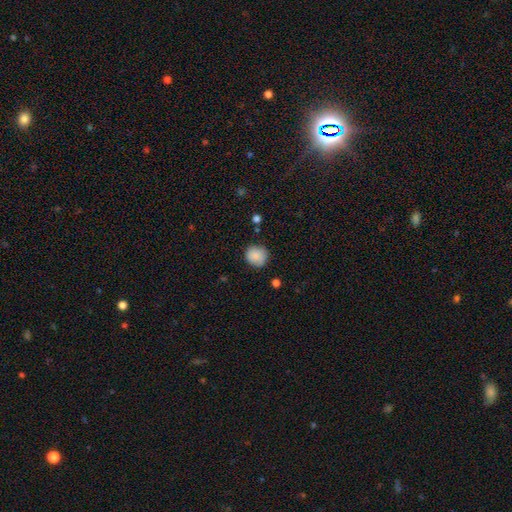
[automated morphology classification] Smooth or featured? Predicted: smooth (p=0.87). How rounded? Predicted: round (p=0.88). Merging? Predicted: none (p=0.81).